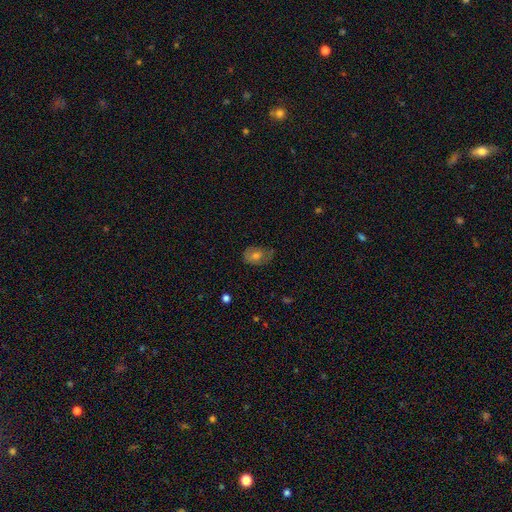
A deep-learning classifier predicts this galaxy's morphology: Smooth or featured?
  - smooth: 49% *
  - featured or disk: 39%
  - star or artifact: 12%
Merging?
  - none: 62% *
  - minor disturbance: 27%
  - major disturbance: 10%
  - merger: 1%